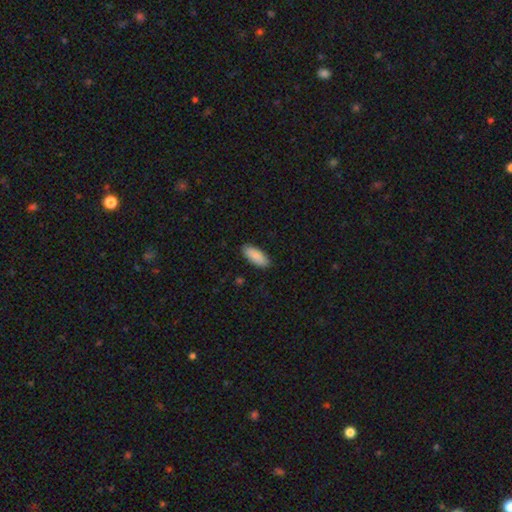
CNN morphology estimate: This appears to be a smooth galaxy with no disk features (89%) that is in between round and cigar-shaped (81%). Merging: none (88%).